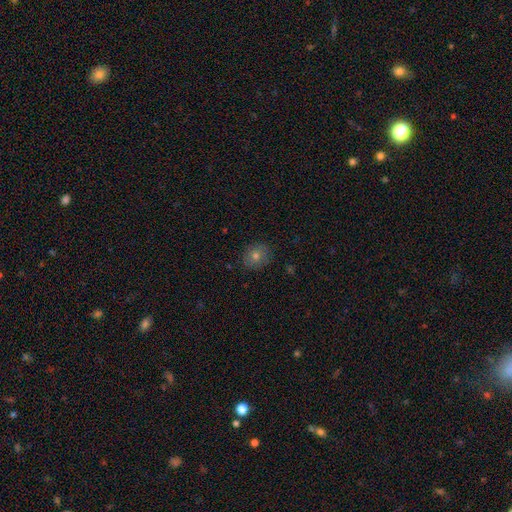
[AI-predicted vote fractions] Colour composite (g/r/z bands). It shows a smooth galaxy with no disk features (70%) that is round (72%). Merging: none (86%).